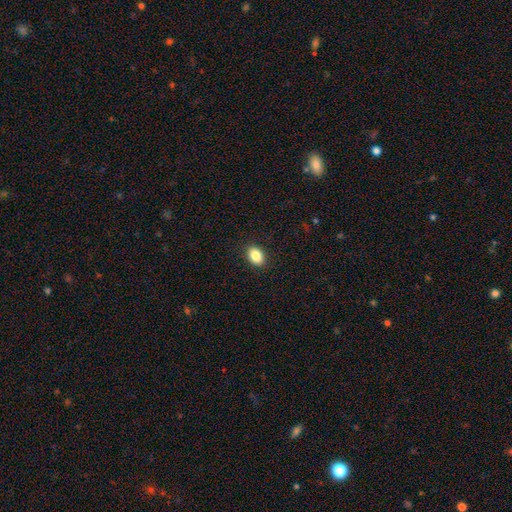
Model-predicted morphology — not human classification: Q: Smooth or featured?
A: smooth (86%); runner-up: star or artifact (8%)
Q: How rounded?
A: in between (78%); runner-up: round (21%)
Q: Merging?
A: none (90%); runner-up: minor disturbance (7%)